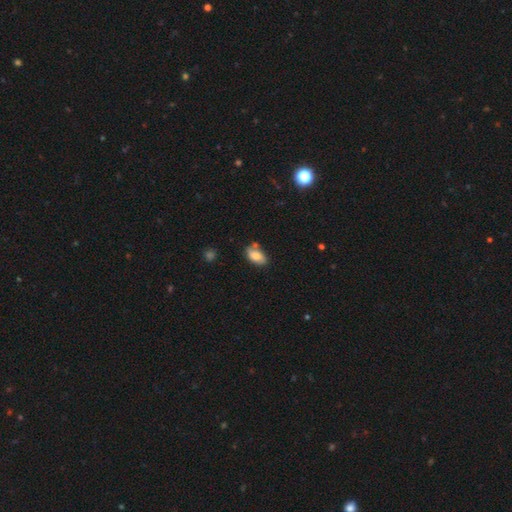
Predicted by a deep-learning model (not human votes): Smooth or featured? Predicted: smooth (p=0.81). How rounded? Predicted: in between (p=0.92). Merging? Predicted: none (p=0.60).